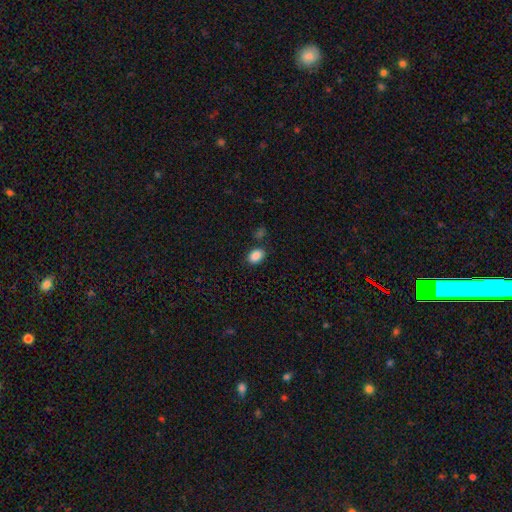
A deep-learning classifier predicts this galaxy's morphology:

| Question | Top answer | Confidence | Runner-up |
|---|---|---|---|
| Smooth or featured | smooth | 88% | star or artifact (9%) |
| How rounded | in between | 80% | round (19%) |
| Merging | none | 82% | minor disturbance (11%) |